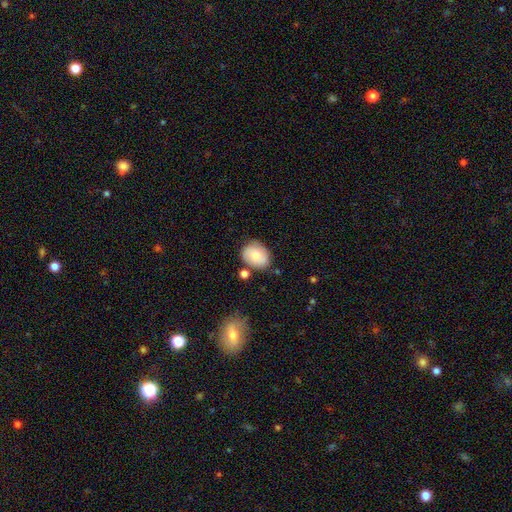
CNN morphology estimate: Smooth or featured? Predicted: smooth (p=0.68). How rounded? Predicted: round (p=0.55). Merging? Predicted: none (p=0.71).